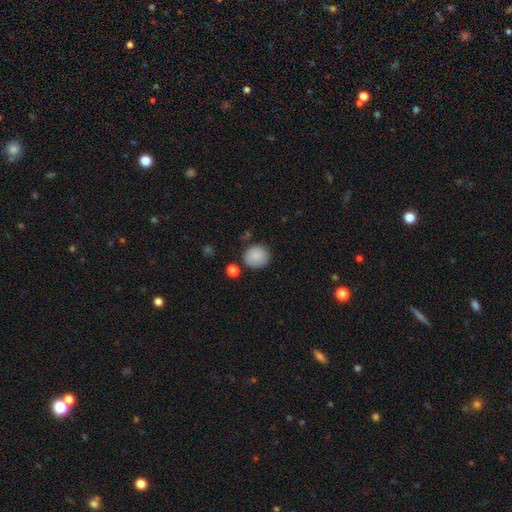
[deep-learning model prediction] Q: Smooth or featured?
A: smooth (87%); runner-up: star or artifact (8%)
Q: How rounded?
A: round (84%); runner-up: in between (15%)
Q: Merging?
A: none (80%); runner-up: minor disturbance (13%)